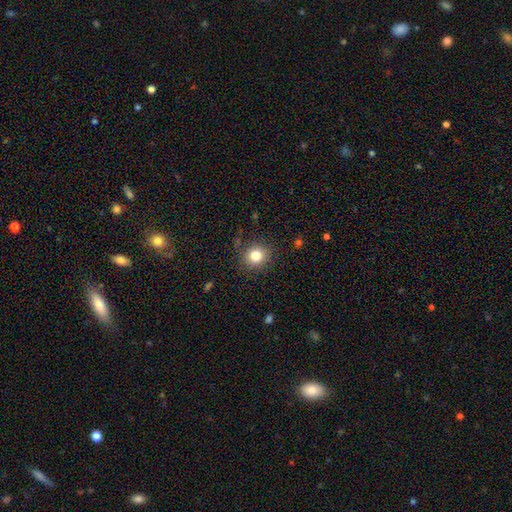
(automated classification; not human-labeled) Smooth or featured?
  - smooth: 82% *
  - star or artifact: 11%
  - featured or disk: 7%
How rounded?
  - round: 87% *
  - in between: 12%
  - cigar-shaped: 1%
Merging?
  - none: 86% *
  - minor disturbance: 9%
  - major disturbance: 3%
  - merger: 1%